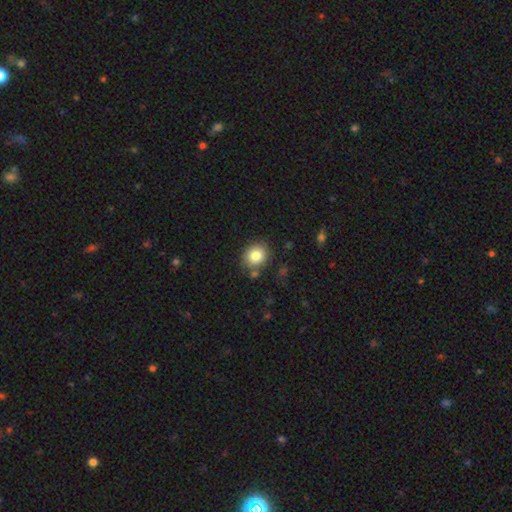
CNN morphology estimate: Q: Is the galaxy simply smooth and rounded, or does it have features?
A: smooth — 83%.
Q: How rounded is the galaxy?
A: round — 69%.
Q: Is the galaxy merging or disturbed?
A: none — 81%.